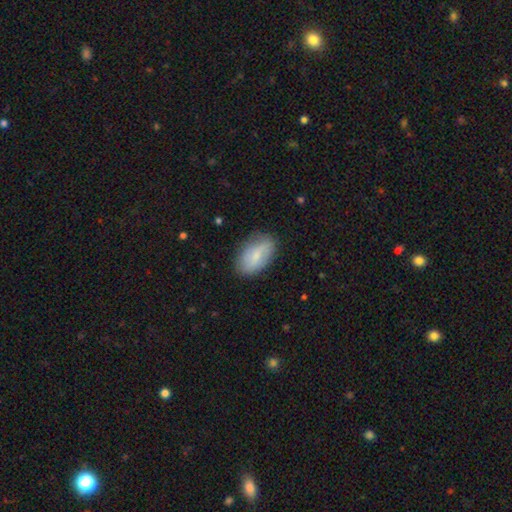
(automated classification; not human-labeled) A smooth galaxy with no disk features (71%) that is in between round and cigar-shaped (93%). Merging: none (80%).